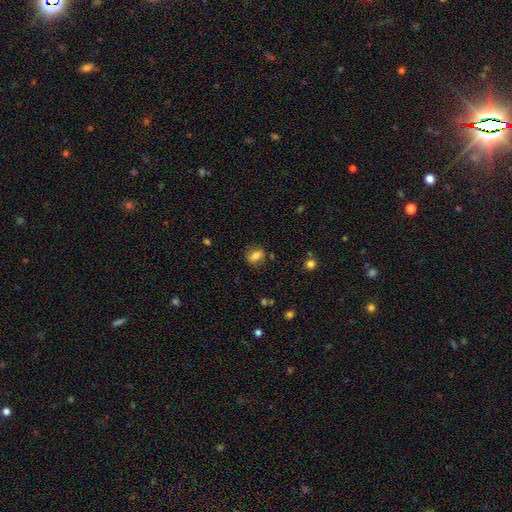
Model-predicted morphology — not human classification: smooth_or_featured: smooth (p=0.80) [alt: featured or disk p=0.10]
how_rounded: in between (p=0.73) [alt: round p=0.22]
merging: none (p=0.81) [alt: minor disturbance p=0.13]